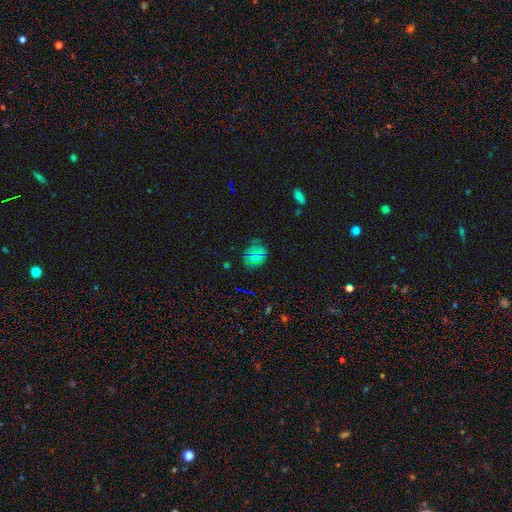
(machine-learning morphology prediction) Smooth or featured: smooth — 66% (star or artifact — 20%)
How rounded: round — 50% (in between — 49%)
Merging: none — 69% (minor disturbance — 22%)